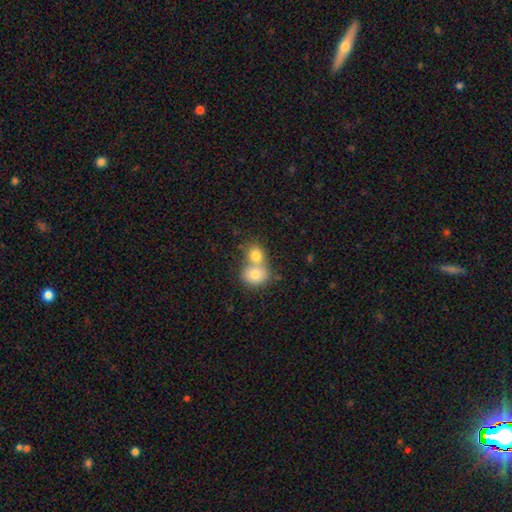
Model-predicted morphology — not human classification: Smooth or featured? Predicted: smooth (p=0.78). How rounded? Predicted: round (p=0.66). Merging? Predicted: merger (p=0.67).